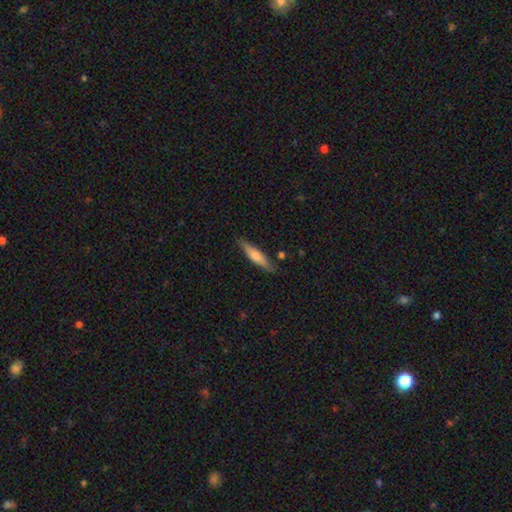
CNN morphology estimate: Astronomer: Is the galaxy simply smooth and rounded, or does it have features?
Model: smooth — 61%.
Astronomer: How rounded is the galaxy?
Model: cigar-shaped — 82%.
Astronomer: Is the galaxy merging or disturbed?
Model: none — 84%.